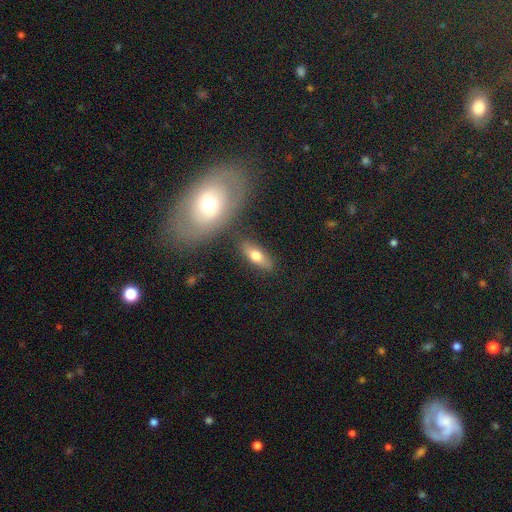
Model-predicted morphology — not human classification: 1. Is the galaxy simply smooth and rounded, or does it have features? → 68% smooth, 25% featured or disk, 8% star or artifact.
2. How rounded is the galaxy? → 70% in between, 26% cigar-shaped, 4% round.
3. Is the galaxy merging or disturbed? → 80% none, 11% minor disturbance, 6% merger, 3% major disturbance.